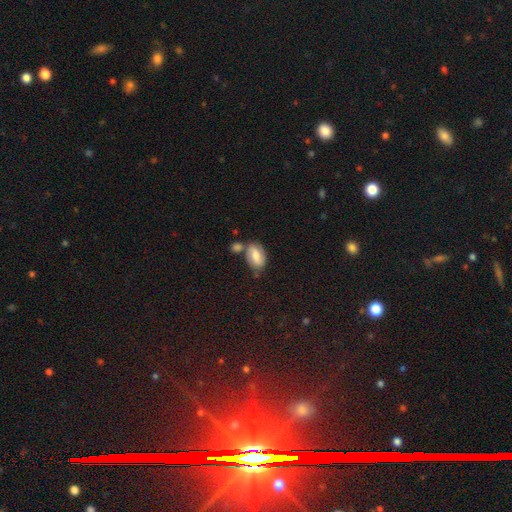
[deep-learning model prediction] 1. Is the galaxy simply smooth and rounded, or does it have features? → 62% smooth, 30% featured or disk, 8% star or artifact.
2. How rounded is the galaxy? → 89% in between, 9% round, 2% cigar-shaped.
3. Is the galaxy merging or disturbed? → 52% none, 22% merger, 20% minor disturbance, 6% major disturbance.